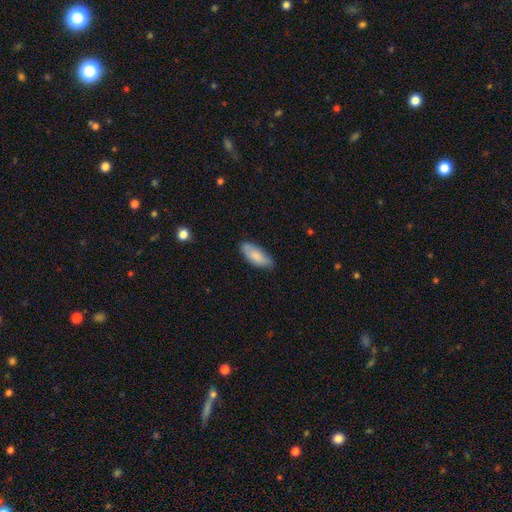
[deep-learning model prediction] Q: Smooth or featured?
A: smooth (84%); runner-up: featured or disk (11%)
Q: How rounded?
A: in between (79%); runner-up: cigar-shaped (19%)
Q: Merging?
A: none (79%); runner-up: minor disturbance (17%)